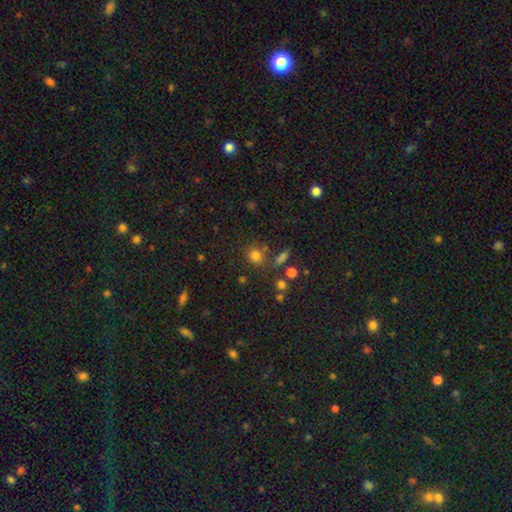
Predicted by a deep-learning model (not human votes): Smooth or featured? Predicted: smooth (p=0.77). How rounded? Predicted: round (p=0.80). Merging? Predicted: none (p=0.70).